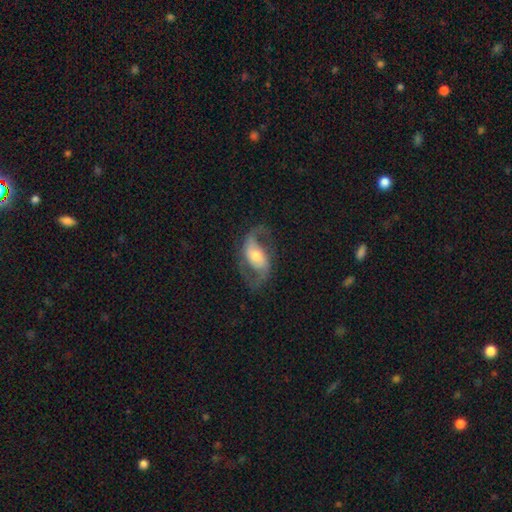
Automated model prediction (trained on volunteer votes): Smooth or featured? Predicted: featured or disk (p=0.85). Edge-on disk? Predicted: no (p=0.96). Bar? Predicted: weak (p=0.39). Spiral arms? Predicted: yes (p=0.95). Spiral winding? Predicted: loose (p=0.52). Spiral arm count? Predicted: 2 (p=0.92). Bulge size? Predicted: moderate (p=0.58). Merging? Predicted: none (p=0.74).